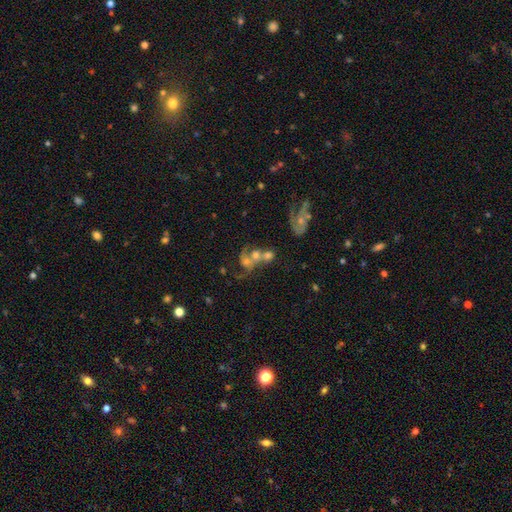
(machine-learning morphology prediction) This appears to be a featured or disk galaxy (56%) with no bar (77%), spiral arms (67%) and a moderate central bulge (42%). Merging: merger (60%).